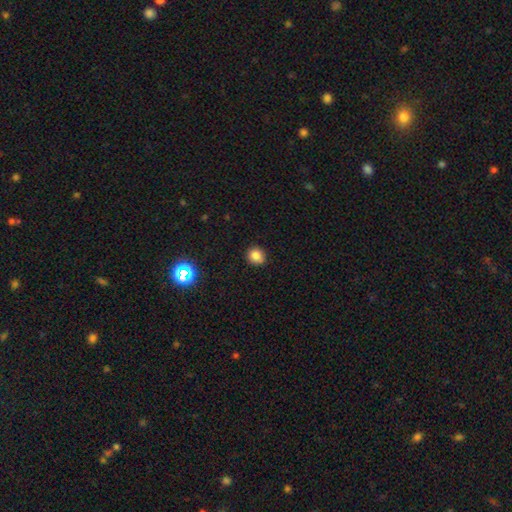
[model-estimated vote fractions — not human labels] A smooth galaxy with no disk features (81%) that is round (86%). Merging: none (88%).